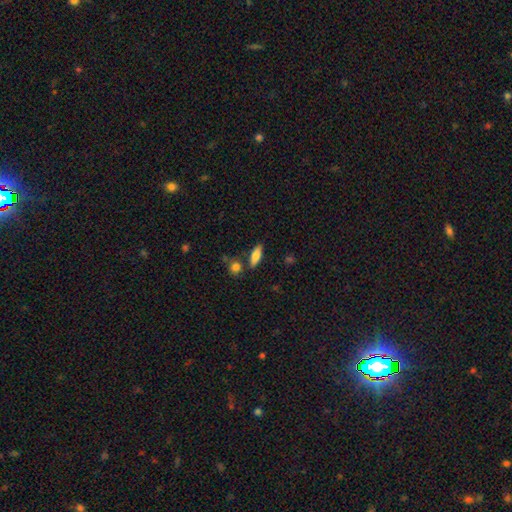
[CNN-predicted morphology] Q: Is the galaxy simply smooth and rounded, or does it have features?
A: smooth — 77%.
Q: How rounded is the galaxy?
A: in between — 59%.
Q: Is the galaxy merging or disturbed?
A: none — 78%.